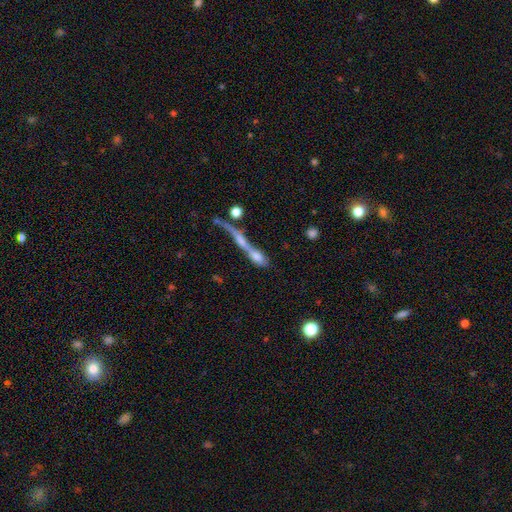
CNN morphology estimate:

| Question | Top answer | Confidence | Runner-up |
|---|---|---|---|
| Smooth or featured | smooth | 47% | featured or disk (40%) |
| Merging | merger | 52% | none (27%) |